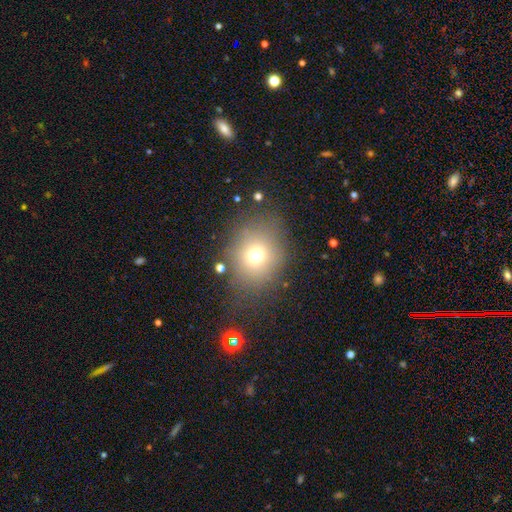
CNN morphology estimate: The model was most divided on "how rounded": round: 69%, in between: 30%, cigar-shaped: 1%. More confident: merging — none (75%); smooth or featured — smooth (69%).